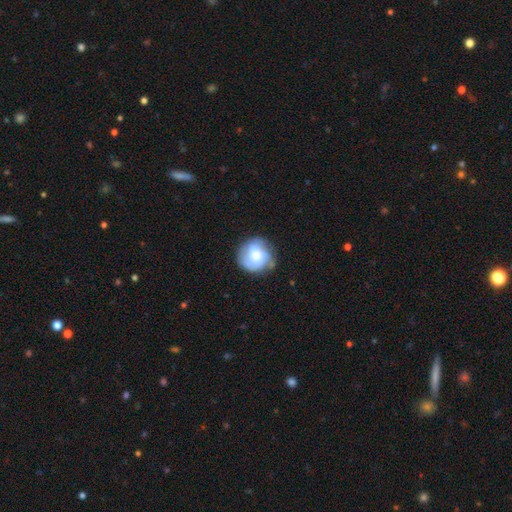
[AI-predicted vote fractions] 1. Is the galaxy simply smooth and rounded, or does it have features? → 57% featured or disk, 36% smooth, 7% star or artifact.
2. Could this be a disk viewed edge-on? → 98% no, 2% yes.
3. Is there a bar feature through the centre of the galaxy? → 70% no, 26% weak, 5% strong.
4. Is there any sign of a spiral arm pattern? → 85% yes, 15% no.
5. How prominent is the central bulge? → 58% moderate, 27% small, 11% large, 3% none, 1% dominant.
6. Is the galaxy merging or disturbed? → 70% none, 21% minor disturbance, 7% major disturbance, 2% merger.